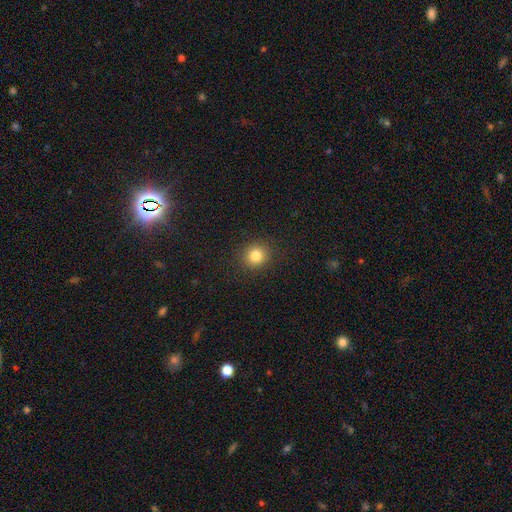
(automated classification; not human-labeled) smooth_or_featured: smooth (p=0.82) [alt: star or artifact p=0.12]
how_rounded: round (p=0.85) [alt: in between p=0.14]
merging: none (p=0.90) [alt: minor disturbance p=0.06]